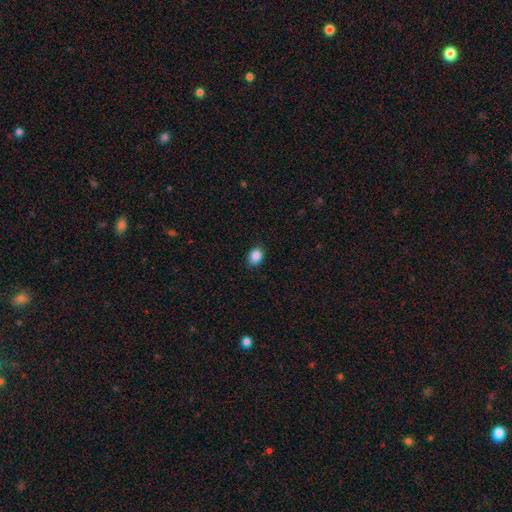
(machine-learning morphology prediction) smooth_or_featured: smooth (p=0.88) [alt: star or artifact p=0.09]
how_rounded: in between (p=0.71) [alt: round p=0.28]
merging: none (p=0.89) [alt: minor disturbance p=0.08]